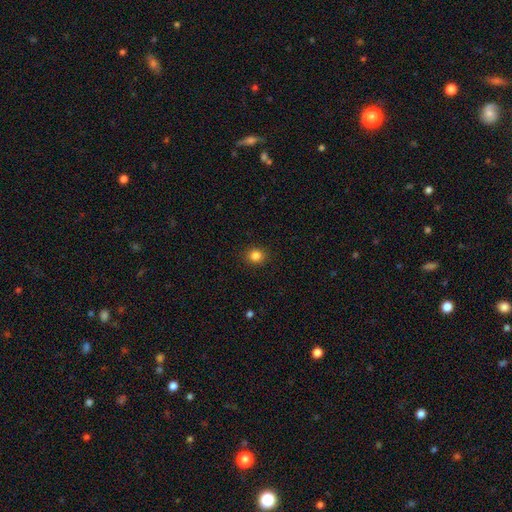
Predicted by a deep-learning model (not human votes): A smooth galaxy with no disk features (84%) that is round (82%).

Vote fractions:
- Smooth or featured? smooth: 84% / star or artifact: 12% / featured or disk: 4%
- How rounded? round: 82% / in between: 17% / cigar-shaped: 1%
- Merging? none: 91% / minor disturbance: 6% / major disturbance: 2% / merger: 1%